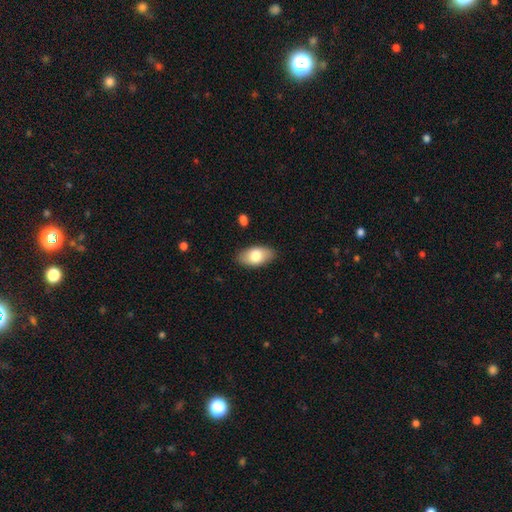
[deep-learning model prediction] This appears to be a smooth galaxy with no disk features (77%) that is in between round and cigar-shaped (94%). Merging: none (87%).